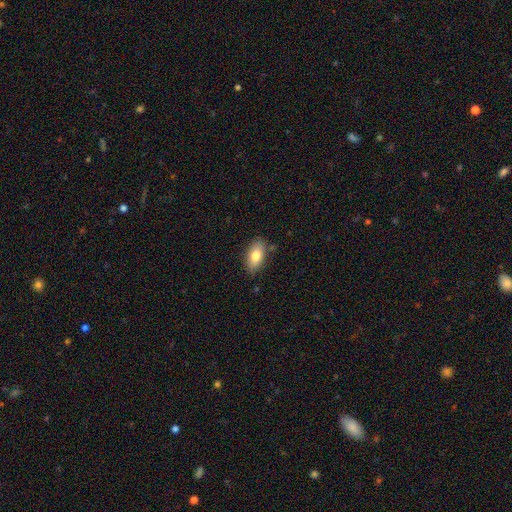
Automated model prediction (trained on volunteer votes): Q: Smooth or featured?
A: smooth (78%); runner-up: featured or disk (15%)
Q: How rounded?
A: in between (90%); runner-up: cigar-shaped (5%)
Q: Merging?
A: none (82%); runner-up: minor disturbance (13%)